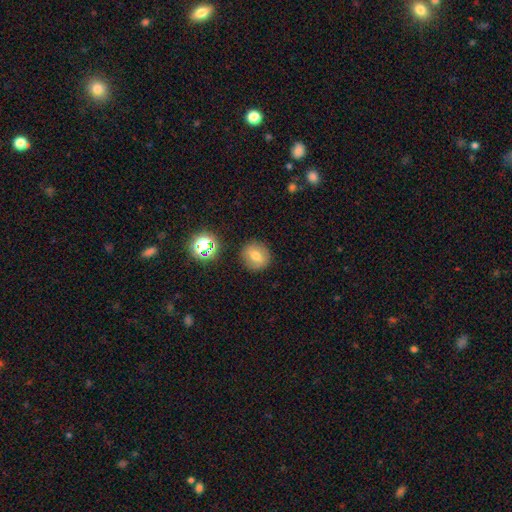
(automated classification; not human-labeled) This appears to be a smooth galaxy with no disk features (67%) that is round (85%). Merging: none (87%).